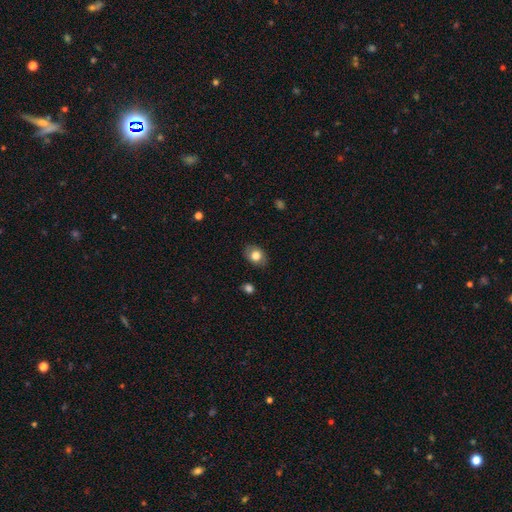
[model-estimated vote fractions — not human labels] Morphology: type=smooth (79%); roundness=in between (68%); merging=none (84%).